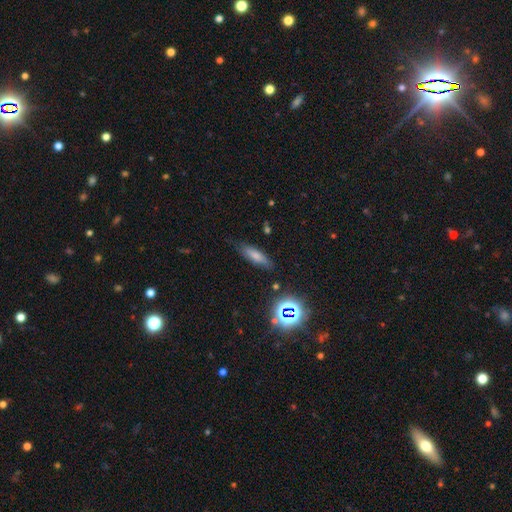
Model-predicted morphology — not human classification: Smooth or featured?
  - smooth: 68% *
  - featured or disk: 18%
  - star or artifact: 14%
How rounded?
  - cigar-shaped: 51% *
  - in between: 46%
  - round: 3%
Merging?
  - none: 75% *
  - minor disturbance: 18%
  - major disturbance: 5%
  - merger: 3%